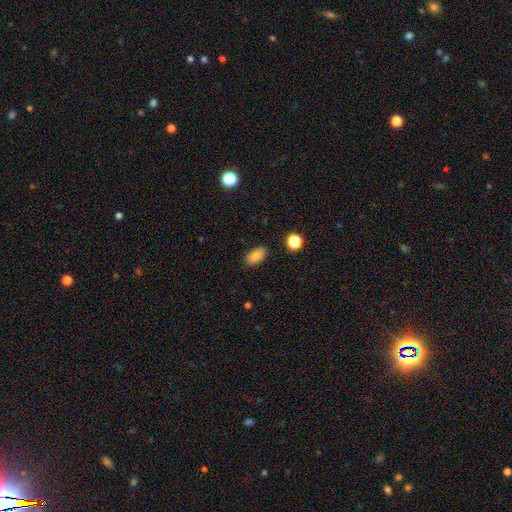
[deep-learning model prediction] smooth_or_featured: smooth (p=0.83) [alt: star or artifact p=0.09]
how_rounded: in between (p=0.91) [alt: round p=0.07]
merging: none (p=0.87) [alt: minor disturbance p=0.09]